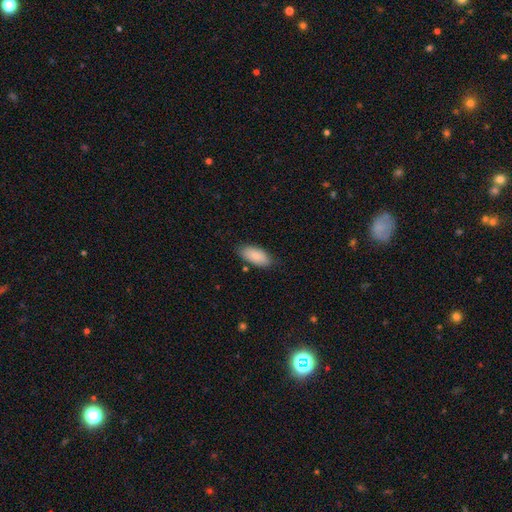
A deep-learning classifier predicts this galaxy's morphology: type=smooth (85%); roundness=in between (91%); merging=none (81%).